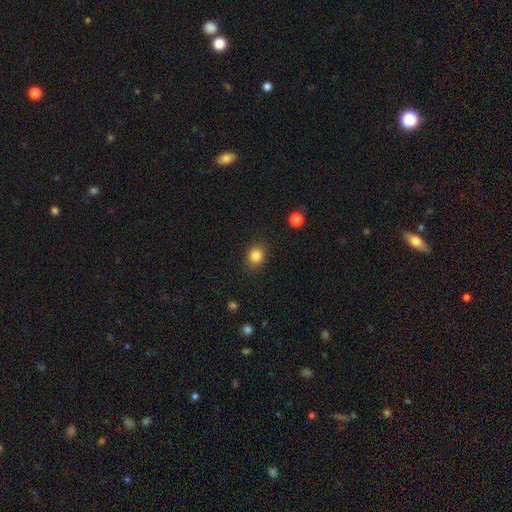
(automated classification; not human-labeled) Smooth or featured? Predicted: smooth (p=0.85). How rounded? Predicted: round (p=0.62). Merging? Predicted: none (p=0.87).